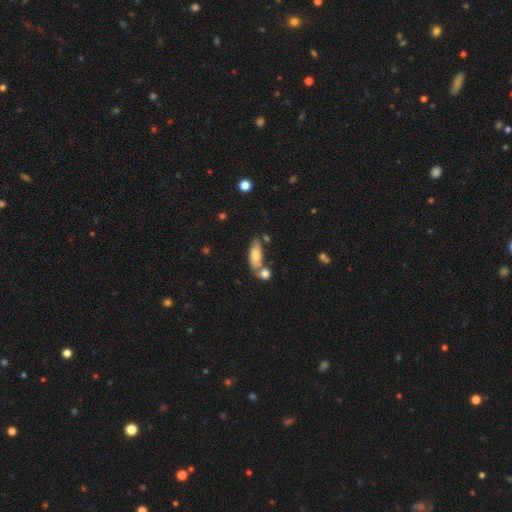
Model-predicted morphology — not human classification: smooth_or_featured: smooth (p=0.70) [alt: featured or disk p=0.23]
how_rounded: in between (p=0.75) [alt: cigar-shaped p=0.22]
merging: none (p=0.56) [alt: merger p=0.26]